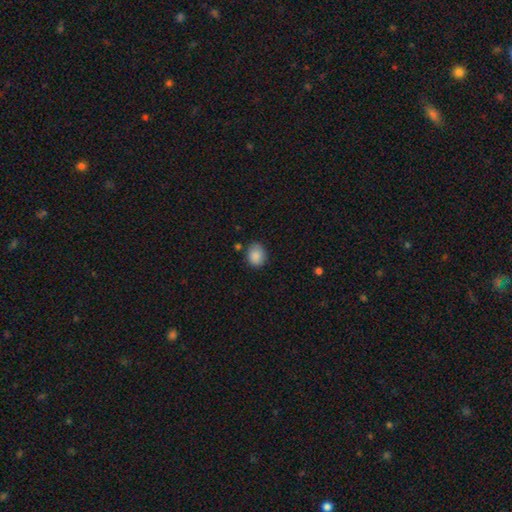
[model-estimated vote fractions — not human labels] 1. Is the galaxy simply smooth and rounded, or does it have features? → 88% smooth, 8% star or artifact, 4% featured or disk.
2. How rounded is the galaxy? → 58% round, 41% in between, 1% cigar-shaped.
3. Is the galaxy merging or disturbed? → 76% none, 16% minor disturbance, 4% merger, 3% major disturbance.